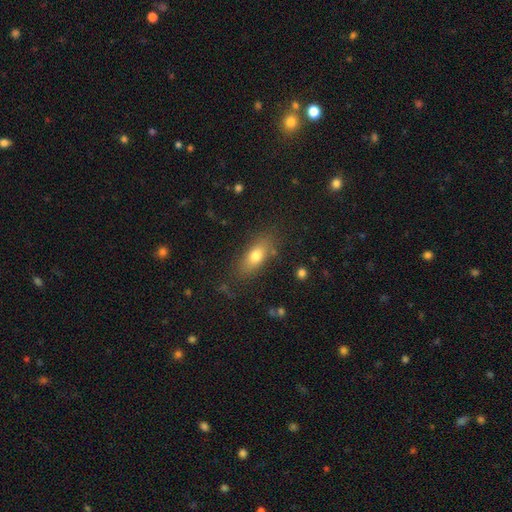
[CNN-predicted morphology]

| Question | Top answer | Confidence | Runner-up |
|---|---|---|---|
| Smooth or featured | smooth | 75% | featured or disk (16%) |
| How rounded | in between | 76% | cigar-shaped (19%) |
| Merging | none | 79% | minor disturbance (14%) |